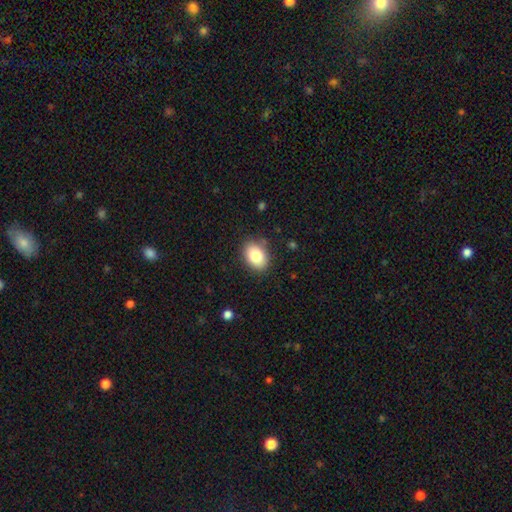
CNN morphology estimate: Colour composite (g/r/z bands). It shows a smooth galaxy with no disk features (84%) that is in between round and cigar-shaped (78%). Merging: none (84%).